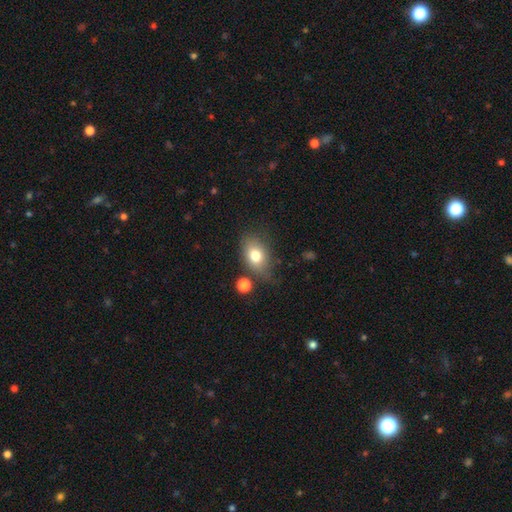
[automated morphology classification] smooth 76%, featured or disk 14%, star or artifact 10%. Down the decision tree: how rounded — in between (76%); merging — none (64%).